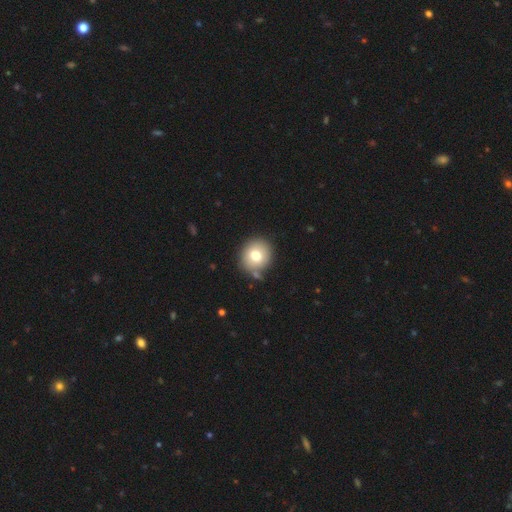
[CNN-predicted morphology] This is likely a smooth galaxy (76%). How rounded: clearly round (83%). Merging: likely none (79%).